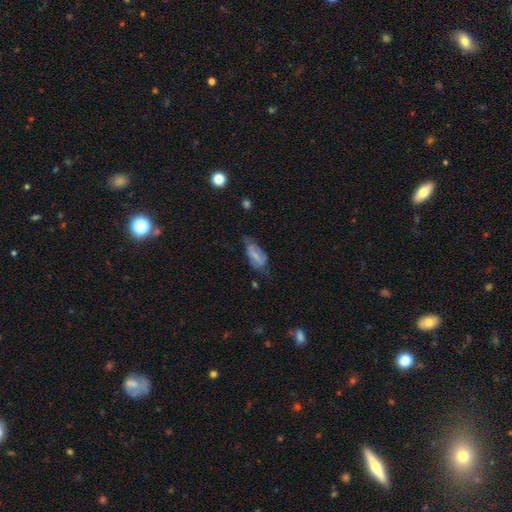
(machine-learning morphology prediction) type=featured or disk (47%); merging=none (36%).